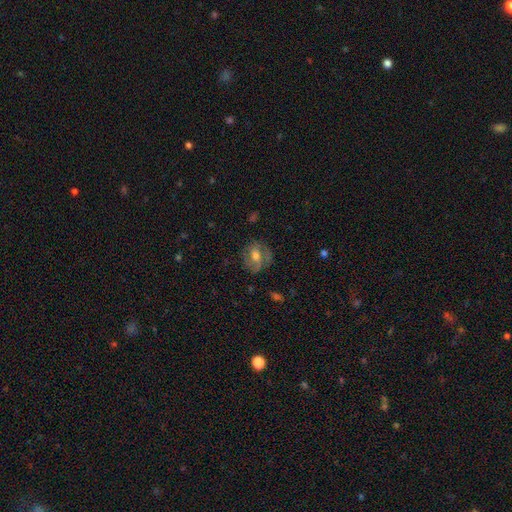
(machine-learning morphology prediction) A featured or disk galaxy (49%). Merging: none (63%).